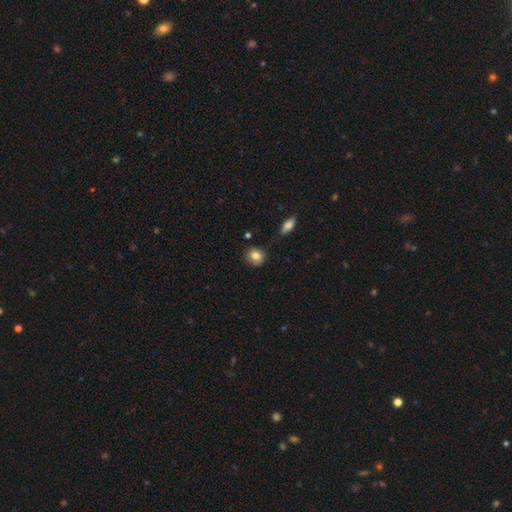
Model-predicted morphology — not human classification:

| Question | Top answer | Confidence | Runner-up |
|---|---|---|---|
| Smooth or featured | smooth | 80% | featured or disk (10%) |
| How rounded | round | 83% | in between (16%) |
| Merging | none | 75% | minor disturbance (19%) |